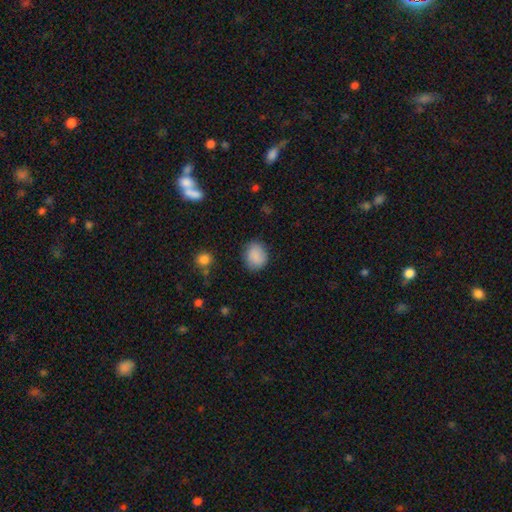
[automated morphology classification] smooth 88%, star or artifact 8%, featured or disk 4%. Down the decision tree: how rounded — round (56%); merging — none (81%).